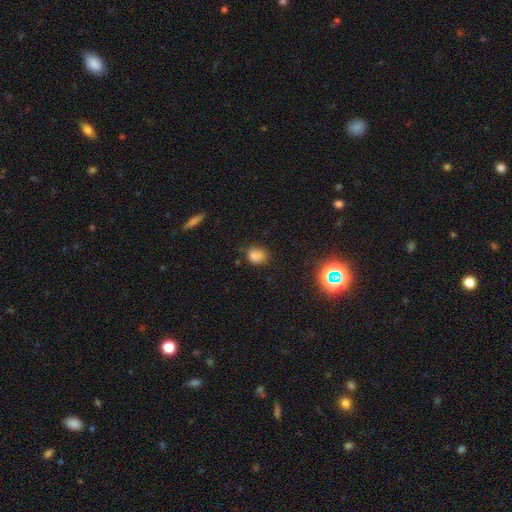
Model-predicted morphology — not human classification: type=smooth (78%); roundness=round (59%); merging=none (73%).